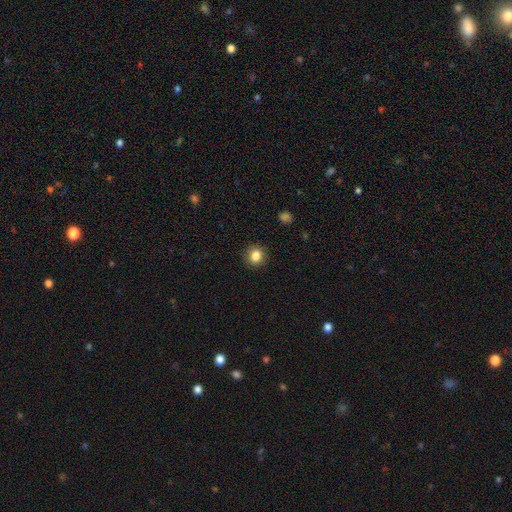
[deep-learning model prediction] A smooth galaxy with no disk features (83%) that is round (84%). Merging: none (89%).